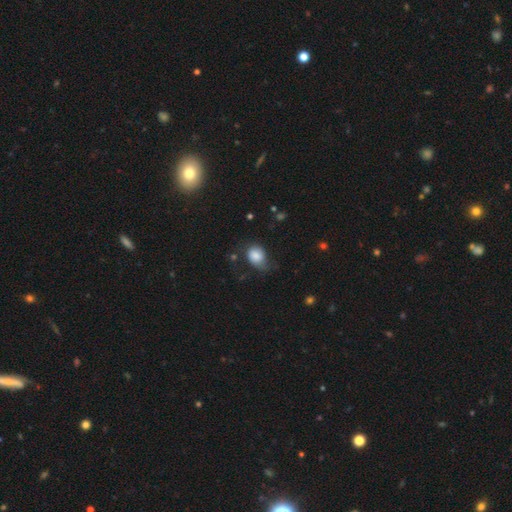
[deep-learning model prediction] Overall: smooth (78%). How rounded: in between (54%; round 45%). Merging: none (42%; minor disturbance 35%).